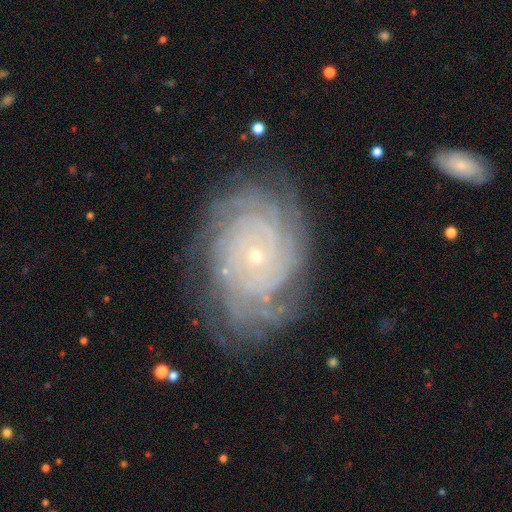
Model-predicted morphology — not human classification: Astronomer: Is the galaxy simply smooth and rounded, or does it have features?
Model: featured or disk — 88%.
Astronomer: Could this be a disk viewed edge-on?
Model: no — 97%.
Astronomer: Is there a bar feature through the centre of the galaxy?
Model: no — 82%.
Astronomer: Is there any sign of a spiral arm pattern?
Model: yes — 98%.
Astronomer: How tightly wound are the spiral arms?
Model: tight — 84%.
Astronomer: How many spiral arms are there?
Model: more than 4 — 29% (runner-up: can't tell, 23%).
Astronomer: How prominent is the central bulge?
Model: small — 86%.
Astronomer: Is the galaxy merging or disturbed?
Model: none — 78%.